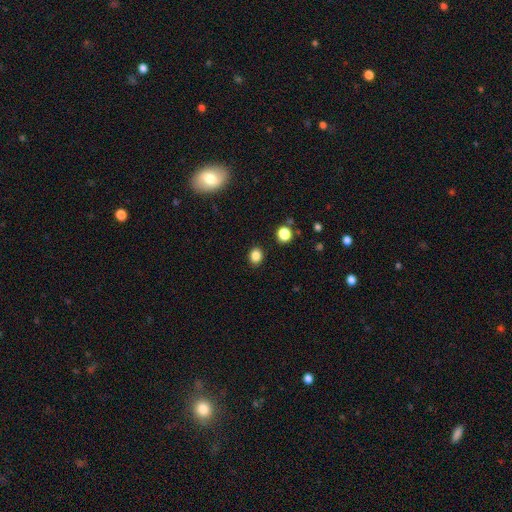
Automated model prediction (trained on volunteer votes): A smooth galaxy with no disk features (84%) that is round (58%). Merging: none (89%).